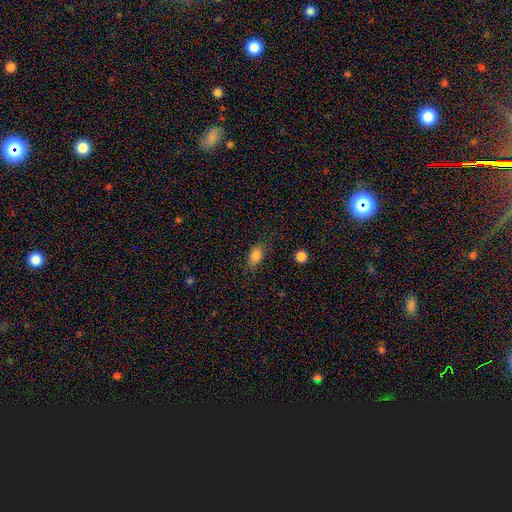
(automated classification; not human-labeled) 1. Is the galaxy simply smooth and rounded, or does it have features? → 83% smooth, 9% star or artifact, 8% featured or disk.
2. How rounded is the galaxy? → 84% in between, 11% round, 5% cigar-shaped.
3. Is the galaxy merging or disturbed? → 76% none, 17% minor disturbance, 5% major disturbance, 2% merger.